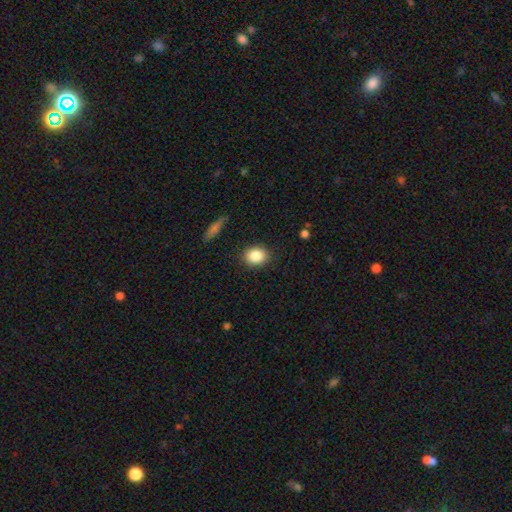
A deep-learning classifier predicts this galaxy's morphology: Overall: smooth (85%). How rounded: round (53%; in between 45%). Merging: none (87%).